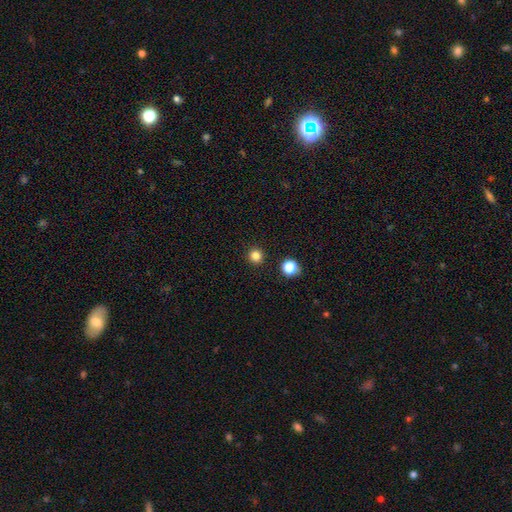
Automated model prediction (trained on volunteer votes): This appears to be a smooth galaxy with no disk features (81%) that is round (95%). Merging: none (93%).